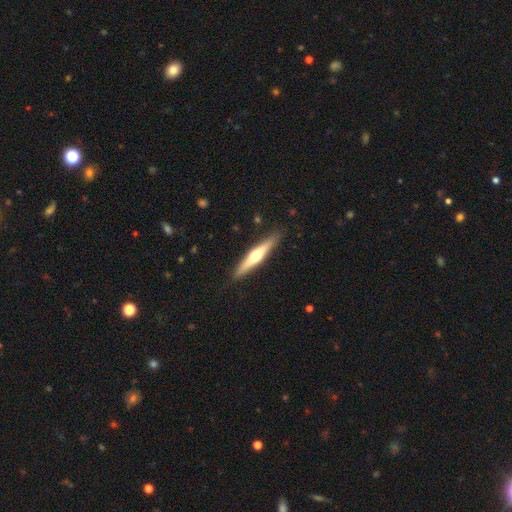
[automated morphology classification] featured or disk 57%, smooth 38%, star or artifact 5%. Down the decision tree: edge-on disk — yes (96%); edge-on bulge — rounded (89%); merging — none (89%).